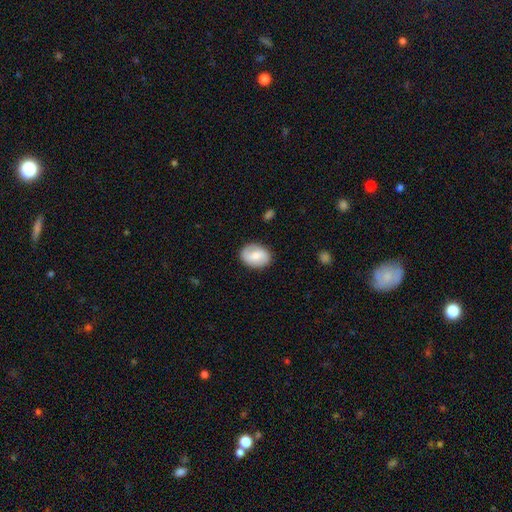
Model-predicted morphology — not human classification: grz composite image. It shows a smooth galaxy with no disk features (57%) that is in between round and cigar-shaped (68%). Merging: none (83%).